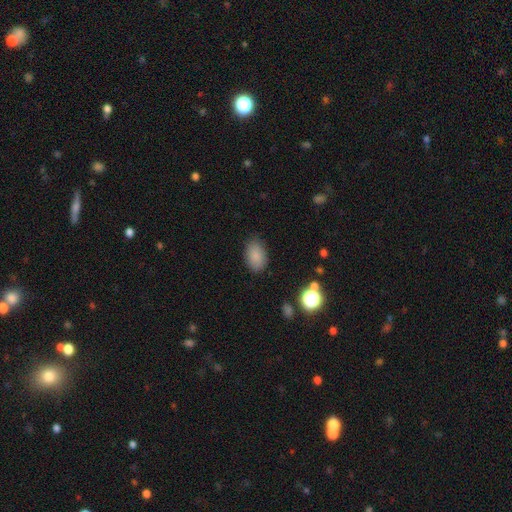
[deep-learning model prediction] smooth-or-featured: smooth: 85% | star or artifact: 10% | featured or disk: 6%
  how-rounded: in between: 87% | round: 11% | cigar-shaped: 1%
  merging: none: 84% | minor disturbance: 12% | major disturbance: 3% | merger: 1%